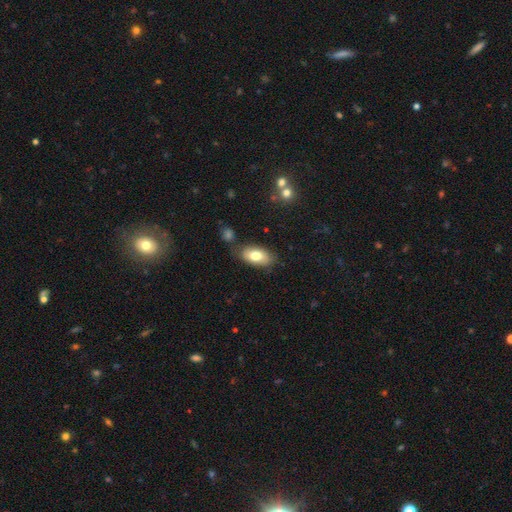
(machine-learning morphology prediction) This is likely a smooth galaxy (77%). How rounded: clearly in between (93%). Merging: likely none (75%).